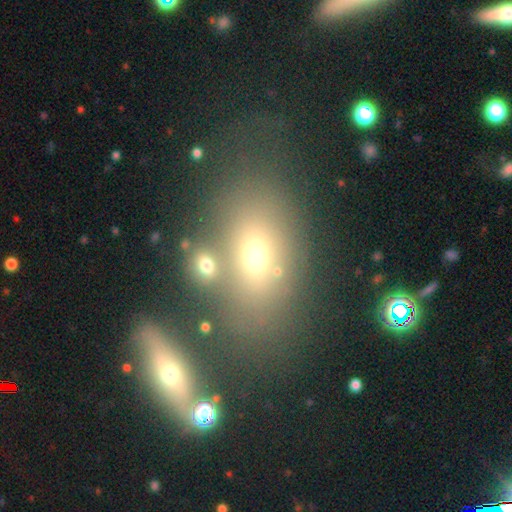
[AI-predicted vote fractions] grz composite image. It shows a smooth galaxy with no disk features (62%) that is in between round and cigar-shaped (78%). Merging: none (58%).